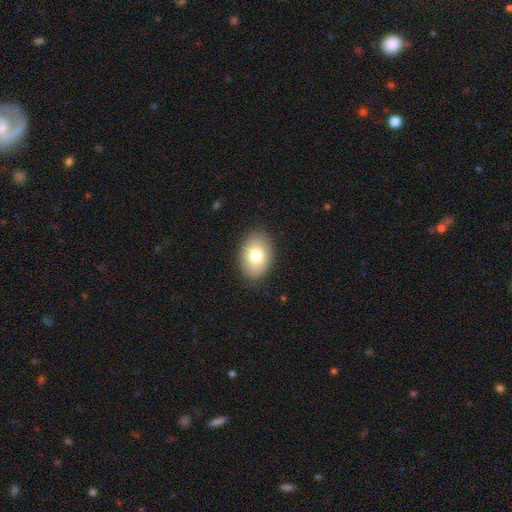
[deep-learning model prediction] The model was most divided on "smooth or featured": smooth: 78%, featured or disk: 14%, star or artifact: 8%. More confident: merging — none (88%); how rounded — in between (84%).